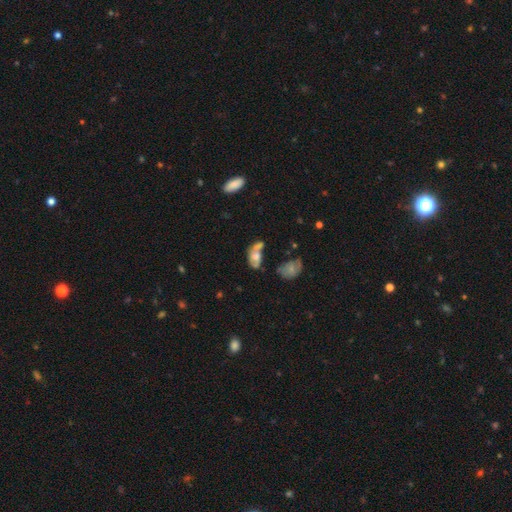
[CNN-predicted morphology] Smooth or featured: smooth — 46% (featured or disk — 44%)
Merging: merger — 35% (none — 24%)